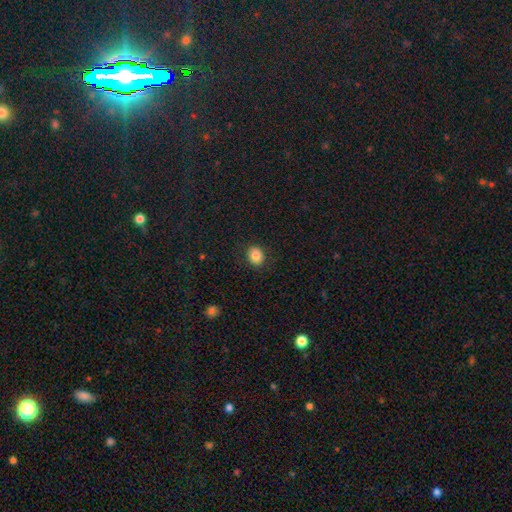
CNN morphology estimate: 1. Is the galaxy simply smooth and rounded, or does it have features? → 84% smooth, 10% star or artifact, 6% featured or disk.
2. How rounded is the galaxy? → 64% round, 35% in between, 1% cigar-shaped.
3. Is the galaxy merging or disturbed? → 87% none, 9% minor disturbance, 3% major disturbance, 1% merger.